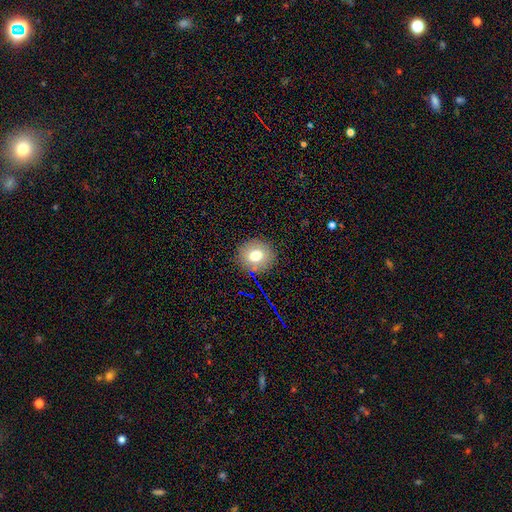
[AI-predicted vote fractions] smooth_or_featured: smooth (p=0.73) [alt: featured or disk p=0.15]
how_rounded: round (p=0.81) [alt: in between p=0.18]
merging: none (p=0.87) [alt: minor disturbance p=0.08]